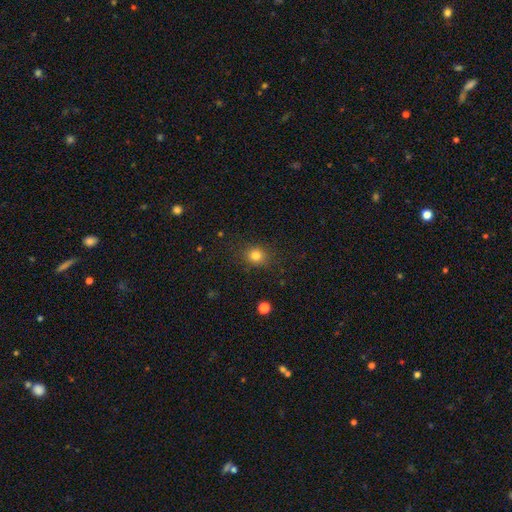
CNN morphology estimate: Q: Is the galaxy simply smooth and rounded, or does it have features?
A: smooth — 81%.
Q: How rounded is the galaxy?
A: round — 72%.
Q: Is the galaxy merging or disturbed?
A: none — 84%.